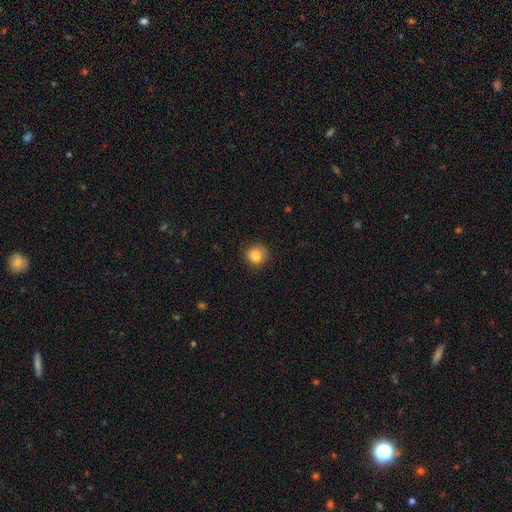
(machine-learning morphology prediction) smooth 84%, star or artifact 10%, featured or disk 6%. Down the decision tree: how rounded — round (82%); merging — none (79%).